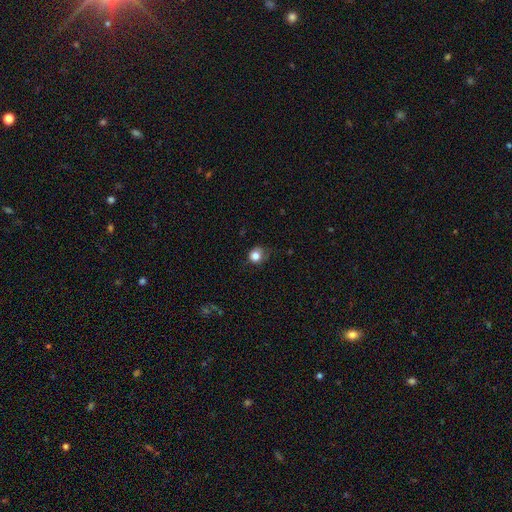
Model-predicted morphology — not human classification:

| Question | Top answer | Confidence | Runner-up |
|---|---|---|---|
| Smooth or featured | smooth | 81% | star or artifact (11%) |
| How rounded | round | 78% | in between (21%) |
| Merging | none | 62% | minor disturbance (27%) |